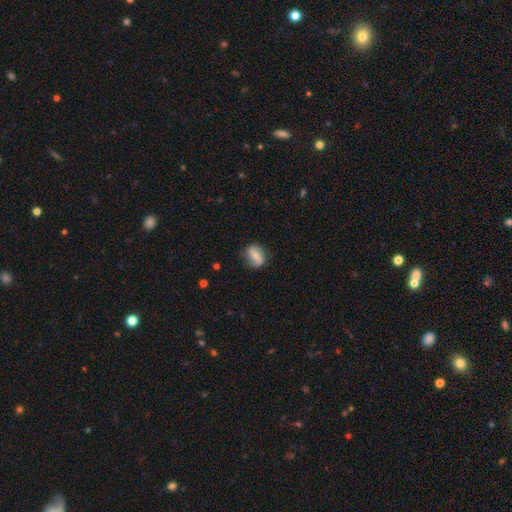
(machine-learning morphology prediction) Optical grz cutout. It shows a smooth galaxy with no disk features (47%). Merging: none (72%).